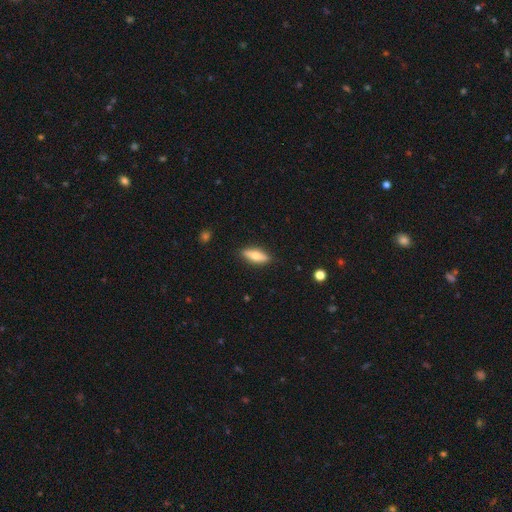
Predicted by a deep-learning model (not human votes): smooth_or_featured: smooth (p=0.67) [alt: featured or disk p=0.27]
how_rounded: in between (p=0.61) [alt: cigar-shaped p=0.36]
merging: none (p=0.87) [alt: minor disturbance p=0.10]